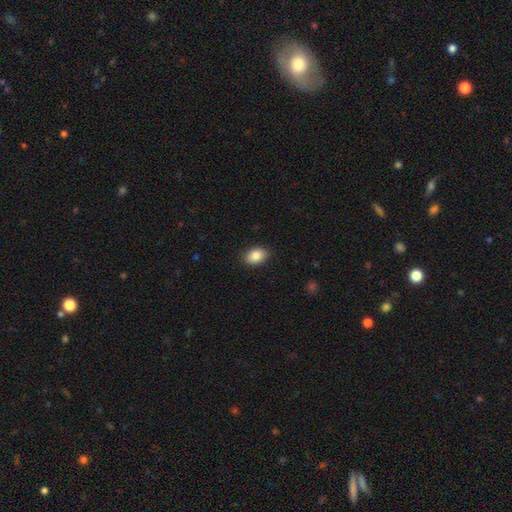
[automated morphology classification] Smooth or featured: smooth — 86% (star or artifact — 8%)
How rounded: in between — 74% (round — 25%)
Merging: none — 89% (minor disturbance — 8%)